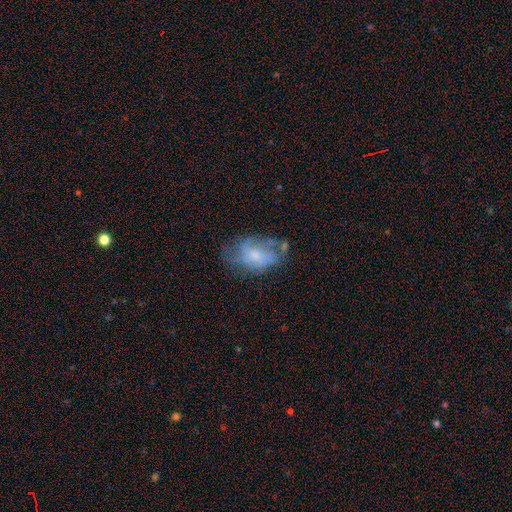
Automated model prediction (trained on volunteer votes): Smooth or featured? featured or disk (52%)
Edge-on disk? no (96%)
Merging? none (45%)